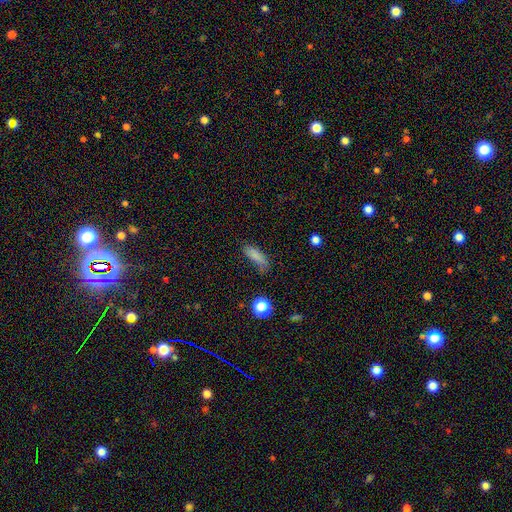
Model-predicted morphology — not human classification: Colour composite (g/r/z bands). It shows a smooth galaxy with no disk features (79%) that is in between round and cigar-shaped (56%). Merging: none (54%).